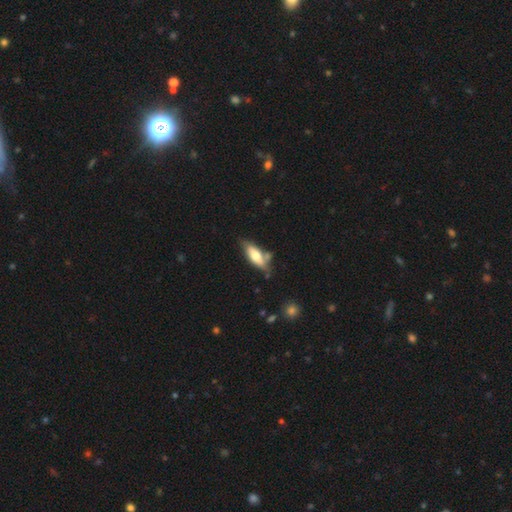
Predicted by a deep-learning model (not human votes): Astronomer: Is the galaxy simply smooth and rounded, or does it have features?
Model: smooth — 62%.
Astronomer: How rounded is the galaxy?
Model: in between — 67%.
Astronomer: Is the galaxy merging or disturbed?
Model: none — 53%.